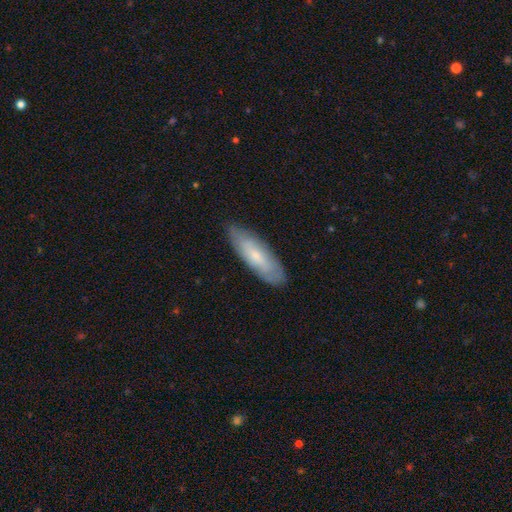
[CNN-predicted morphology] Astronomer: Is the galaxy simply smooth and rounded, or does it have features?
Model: smooth — 61%.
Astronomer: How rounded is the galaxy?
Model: in between — 52% (runner-up: cigar-shaped, 46%).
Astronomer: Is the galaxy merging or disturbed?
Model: none — 82%.